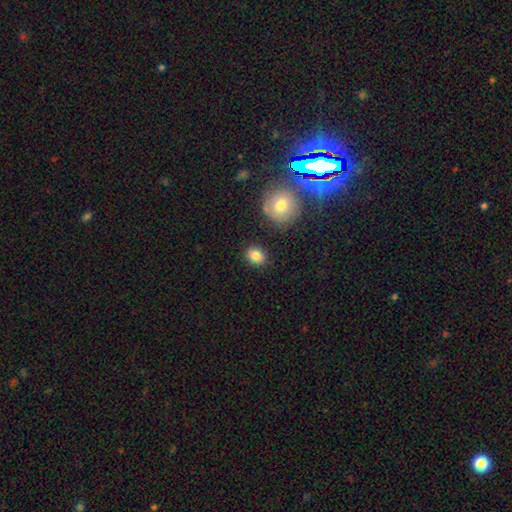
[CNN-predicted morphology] type=smooth (84%); roundness=in between (53%); merging=none (86%).